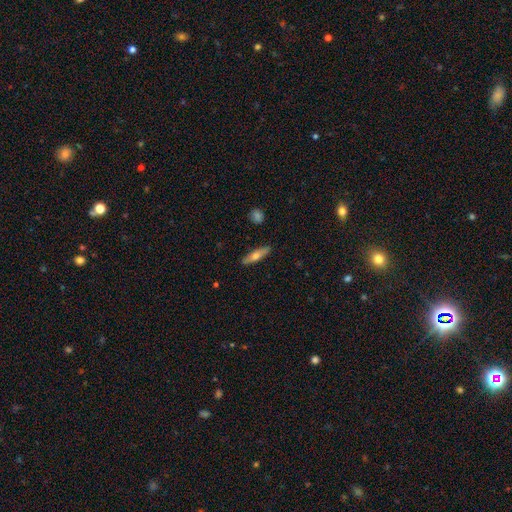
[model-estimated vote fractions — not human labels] This is possibly a smooth galaxy (54%). How rounded: likely cigar-shaped (78%). Merging: clearly none (89%).